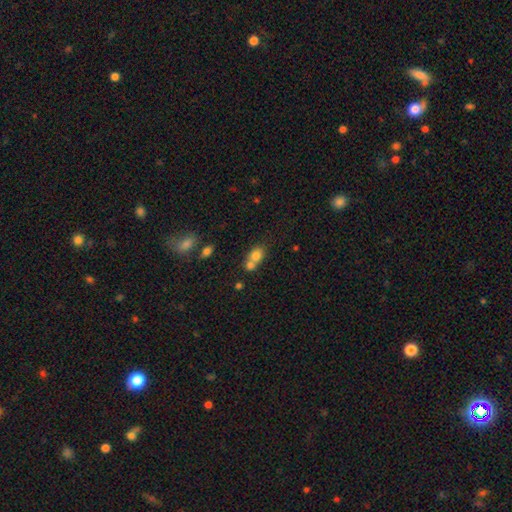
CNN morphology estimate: The model was most divided on "how rounded": in between: 51%, round: 47%, cigar-shaped: 2%. More confident: smooth or featured — smooth (76%); merging — merger (61%).